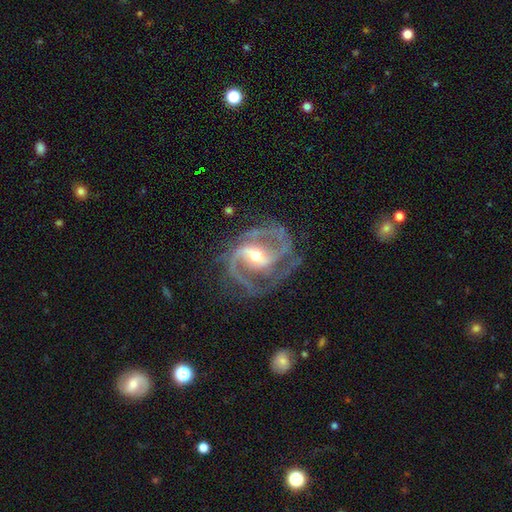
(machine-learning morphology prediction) Smooth or featured? featured or disk (92%)
Edge-on disk? no (98%)
Bar? weak (44%)
Spiral arms? yes (98%)
Spiral winding? medium (58%)
Spiral arm count? 2 (71%)
Bulge size? moderate (57%)
Merging? none (66%)